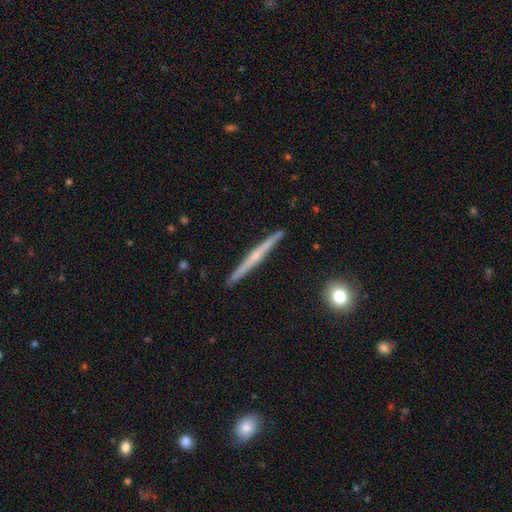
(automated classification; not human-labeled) Overall: featured or disk (67%; smooth 27%). Edge-on disk: yes (98%). Edge-on bulge: none (51%; rounded 41%). Merging: none (92%).